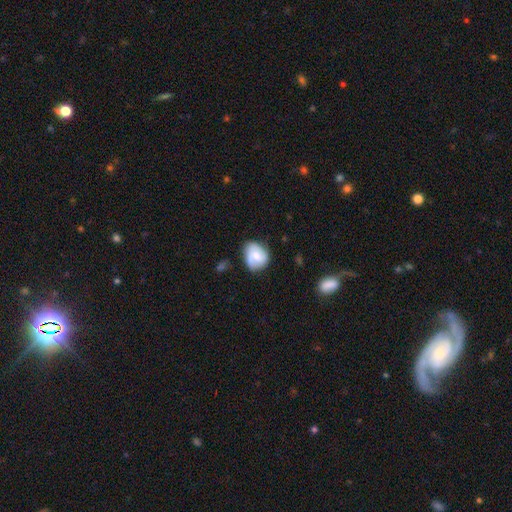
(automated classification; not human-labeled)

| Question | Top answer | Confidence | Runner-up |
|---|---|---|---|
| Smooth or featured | smooth | 58% | featured or disk (34%) |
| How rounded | round | 62% | in between (37%) |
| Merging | none | 63% | minor disturbance (28%) |